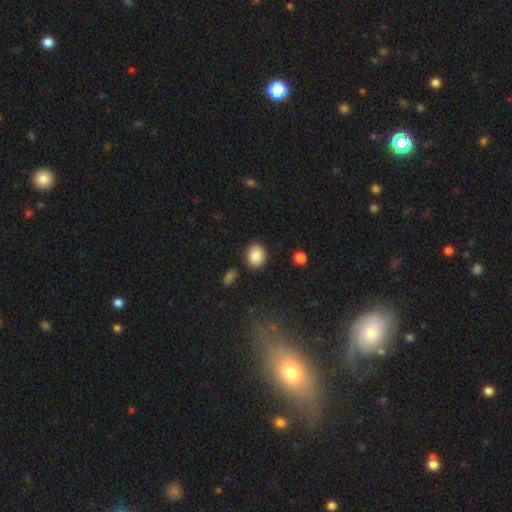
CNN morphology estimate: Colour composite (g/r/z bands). It shows a smooth galaxy with no disk features (88%) that is in between round and cigar-shaped (60%). Merging: none (84%).